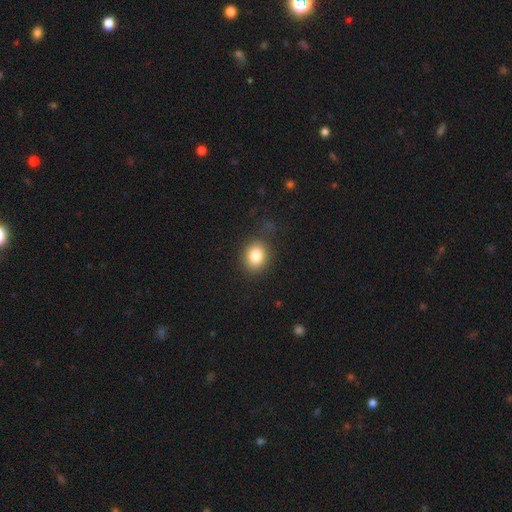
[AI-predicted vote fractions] Smooth or featured?
  - smooth: 83% *
  - star or artifact: 10%
  - featured or disk: 8%
How rounded?
  - round: 59% *
  - in between: 40%
  - cigar-shaped: 1%
Merging?
  - none: 83% *
  - minor disturbance: 11%
  - major disturbance: 4%
  - merger: 1%